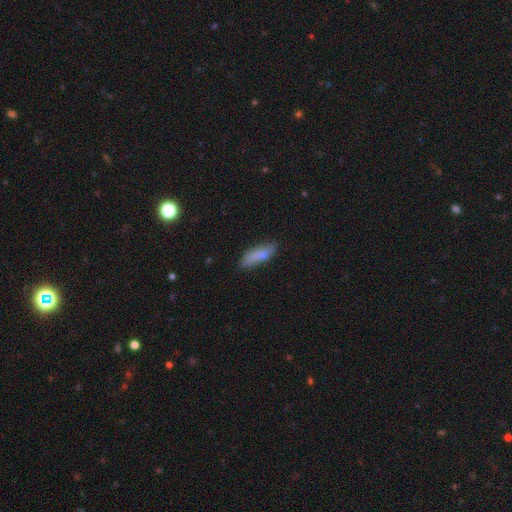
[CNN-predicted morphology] The model was most divided on "how rounded" (2-way tie): in between: 49%, cigar-shaped: 49%, round: 2%. More confident: smooth or featured — smooth (75%); merging — none (66%).